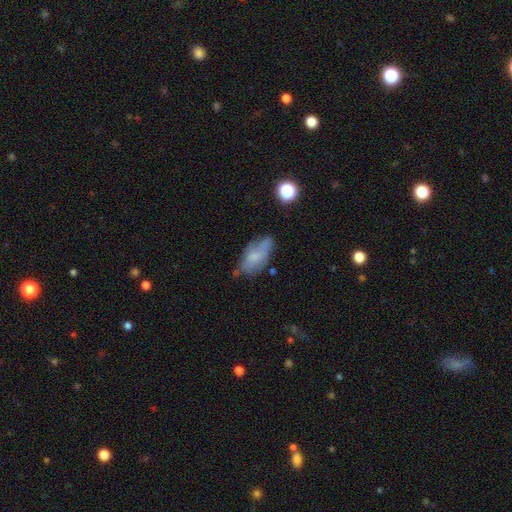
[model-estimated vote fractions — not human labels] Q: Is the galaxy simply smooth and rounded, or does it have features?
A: smooth — 61%.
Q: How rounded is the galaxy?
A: in between — 86%.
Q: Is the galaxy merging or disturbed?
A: none — 53%.